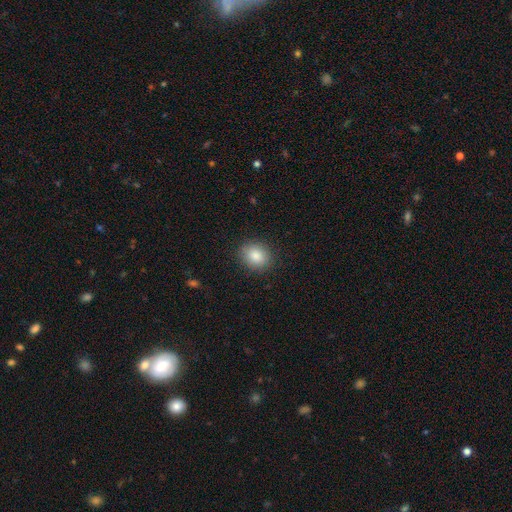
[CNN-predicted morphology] Q: Smooth or featured?
A: smooth (86%); runner-up: star or artifact (8%)
Q: How rounded?
A: round (62%); runner-up: in between (37%)
Q: Merging?
A: none (88%); runner-up: minor disturbance (8%)